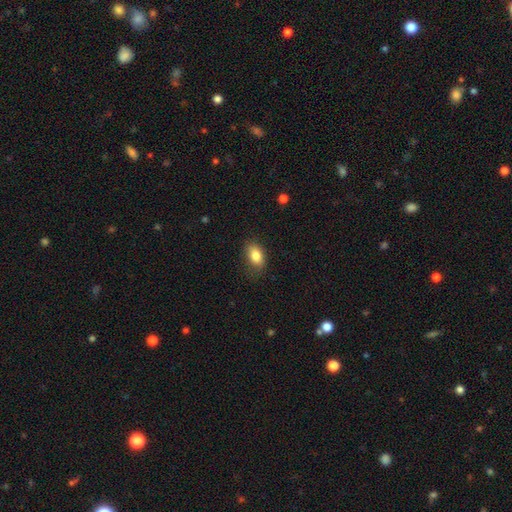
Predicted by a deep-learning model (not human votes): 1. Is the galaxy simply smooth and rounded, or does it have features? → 84% smooth, 8% featured or disk, 8% star or artifact.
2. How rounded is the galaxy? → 86% in between, 12% round, 2% cigar-shaped.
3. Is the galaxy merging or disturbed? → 77% none, 17% minor disturbance, 5% major disturbance, 1% merger.